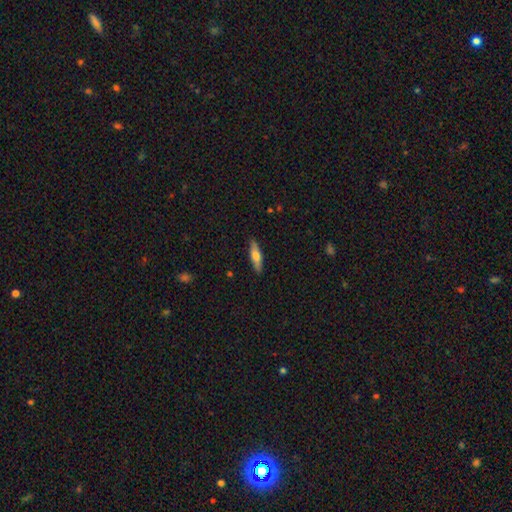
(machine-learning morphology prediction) Smooth or featured?
  - smooth: 60% *
  - featured or disk: 34%
  - star or artifact: 6%
How rounded?
  - cigar-shaped: 67% *
  - in between: 31%
  - round: 2%
Merging?
  - none: 89% *
  - minor disturbance: 8%
  - major disturbance: 2%
  - merger: 1%